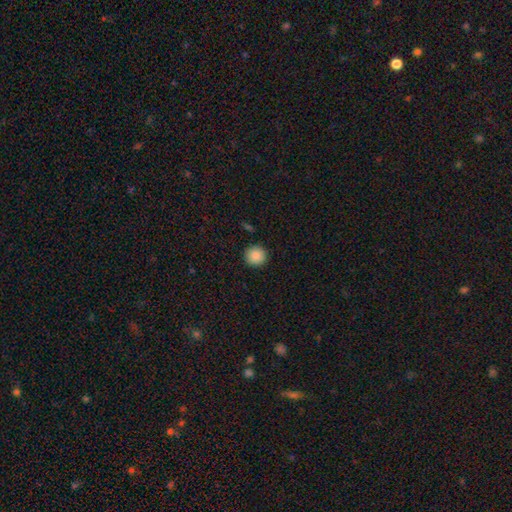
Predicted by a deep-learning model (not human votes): Q: Smooth or featured?
A: smooth (88%); runner-up: star or artifact (9%)
Q: How rounded?
A: round (94%); runner-up: in between (5%)
Q: Merging?
A: none (92%); runner-up: minor disturbance (5%)